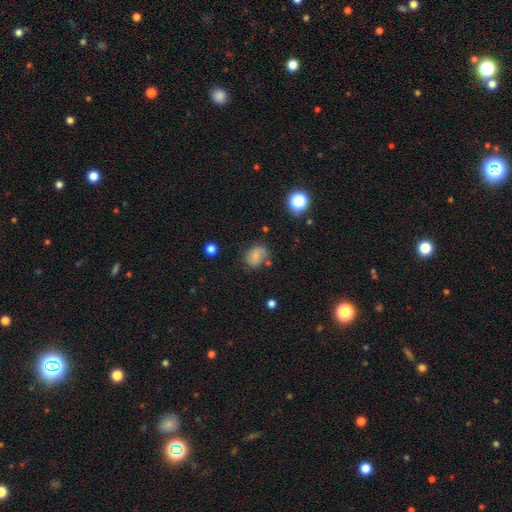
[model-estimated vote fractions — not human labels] Smooth or featured: smooth — 68% (featured or disk — 19%)
How rounded: in between — 56% (round — 43%)
Merging: none — 59% (minor disturbance — 25%)